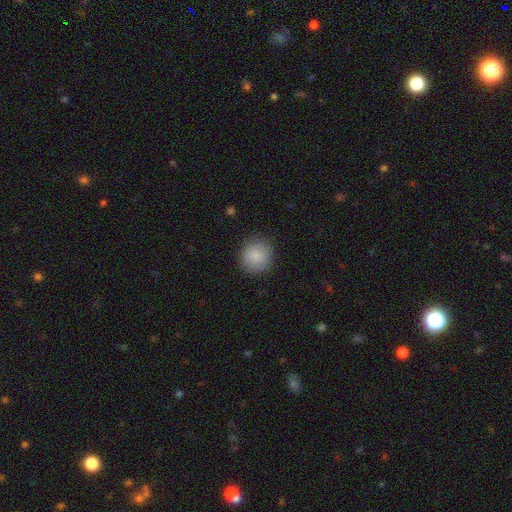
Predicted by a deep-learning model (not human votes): smooth-or-featured: smooth: 86% | star or artifact: 7% | featured or disk: 7%
  how-rounded: round: 91% | in between: 8% | cigar-shaped: 1%
  merging: none: 88% | minor disturbance: 9% | major disturbance: 3% | merger: 1%